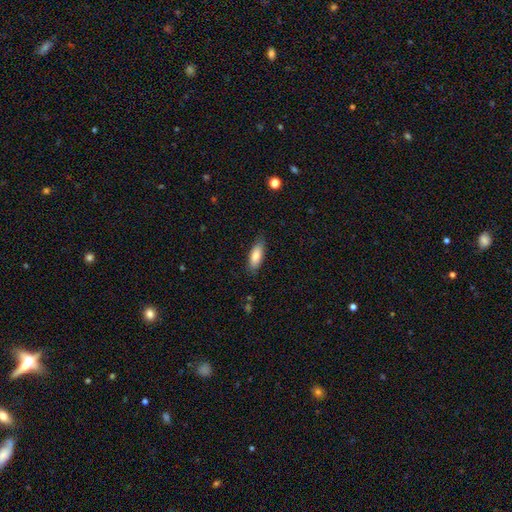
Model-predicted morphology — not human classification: This is clearly a smooth galaxy (82%). How rounded: likely in between (69%). Merging: clearly none (83%).